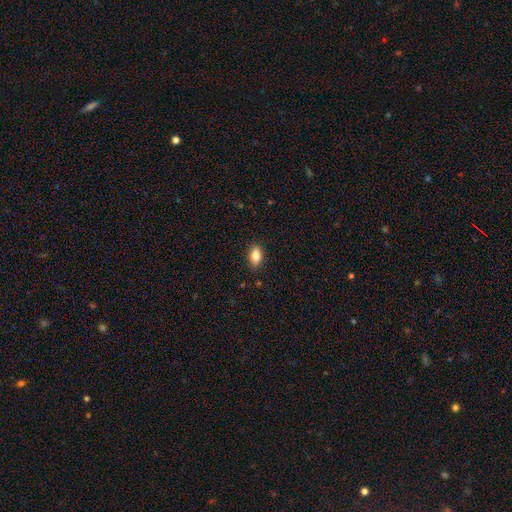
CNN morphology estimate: Q: Smooth or featured?
A: smooth (83%); runner-up: featured or disk (9%)
Q: How rounded?
A: in between (88%); runner-up: round (7%)
Q: Merging?
A: none (87%); runner-up: minor disturbance (10%)